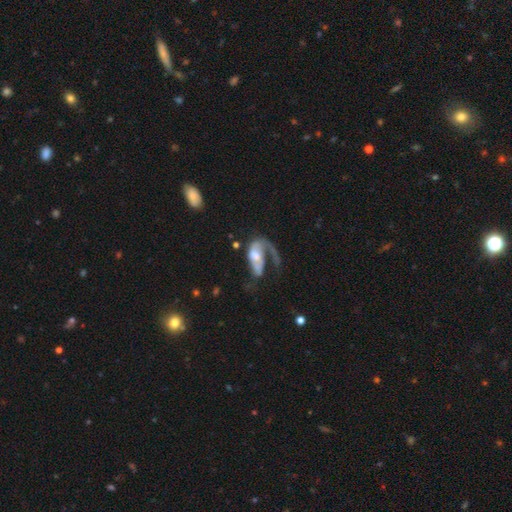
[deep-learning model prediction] Smooth or featured? Predicted: featured or disk (p=0.68). Edge-on disk? Predicted: no (p=0.95). Bar? Predicted: no (p=0.62). Spiral arms? Predicted: yes (p=0.75). Bulge size? Predicted: moderate (p=0.49). Merging? Predicted: major disturbance (p=0.58).